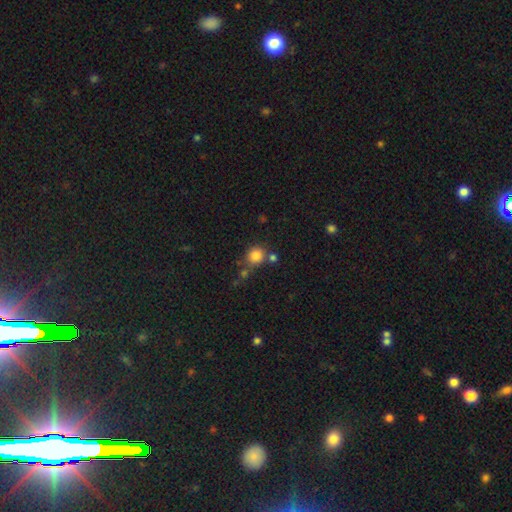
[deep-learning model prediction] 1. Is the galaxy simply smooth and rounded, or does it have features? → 83% smooth, 12% star or artifact, 6% featured or disk.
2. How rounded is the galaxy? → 88% round, 11% in between, 1% cigar-shaped.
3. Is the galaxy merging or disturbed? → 67% none, 17% merger, 12% minor disturbance, 5% major disturbance.